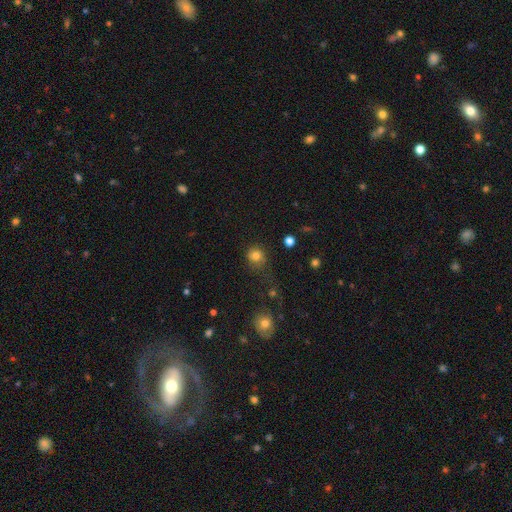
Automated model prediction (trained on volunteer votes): Morphology: type=smooth (81%); roundness=round (86%); merging=none (71%).